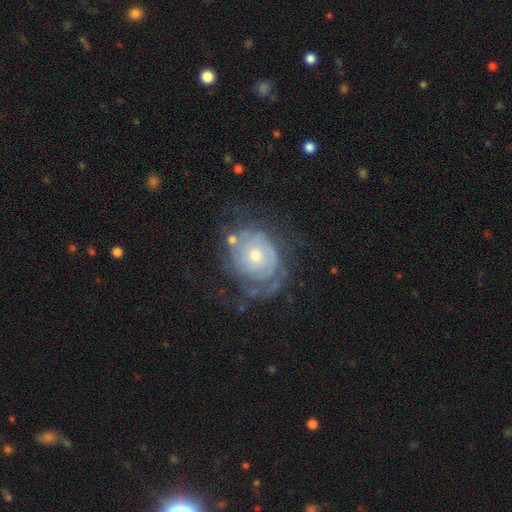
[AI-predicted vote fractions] Morphology: type=featured or disk (80%); edge-on=no (97%); bar=no (80%); spiral arms=yes (86%); winding=tight (70%); arm count=can't tell (45%); bulge=small (49%); merging=none (57%).